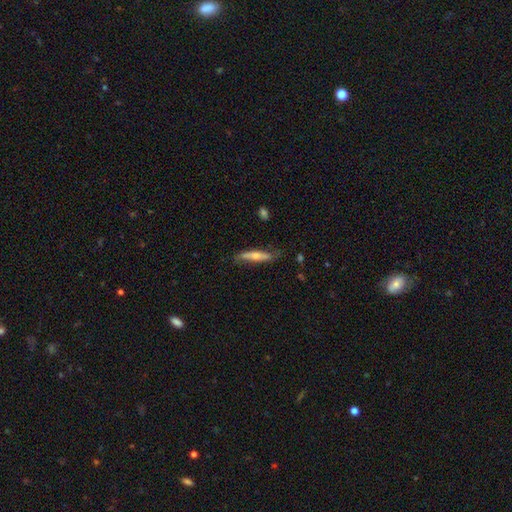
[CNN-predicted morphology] A smooth galaxy with no disk features (48%). Merging: none (71%).